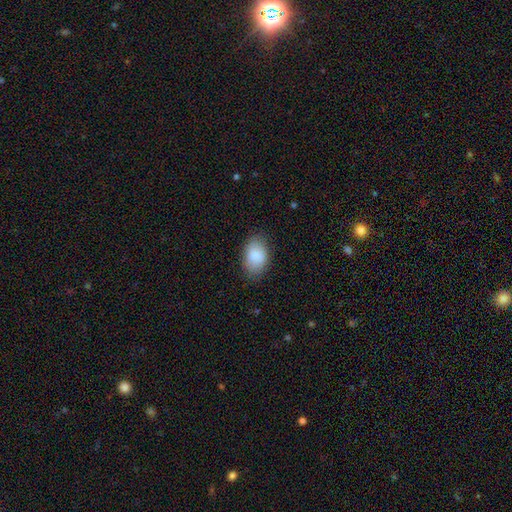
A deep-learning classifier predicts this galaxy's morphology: The model was most divided on "merging": none: 82%, minor disturbance: 14%, major disturbance: 3%, merger: 1%. More confident: how rounded — in between (90%); smooth or featured — smooth (87%).